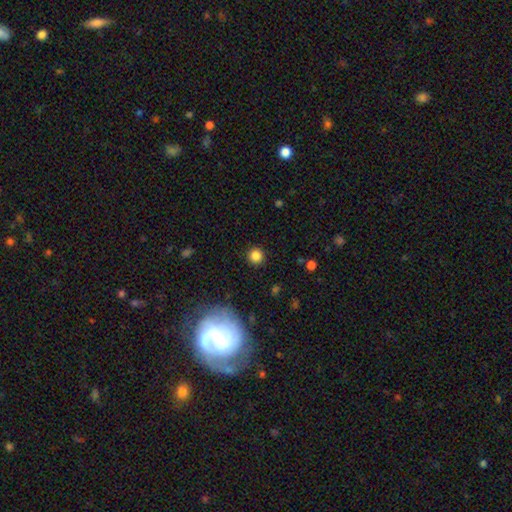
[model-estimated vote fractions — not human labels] The model was most divided on "smooth or featured": smooth: 83%, star or artifact: 13%, featured or disk: 4%. More confident: how rounded — round (94%); merging — none (91%).